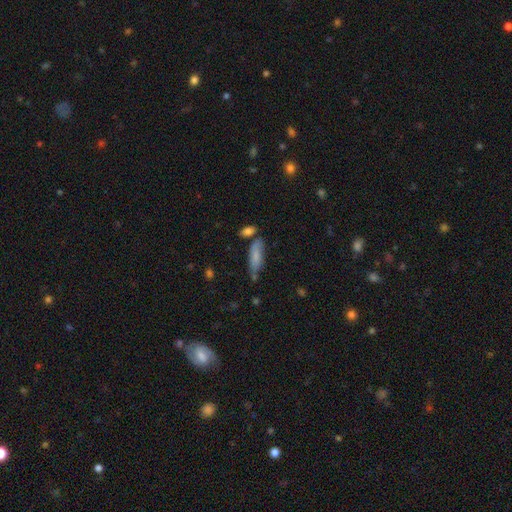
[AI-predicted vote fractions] Smooth or featured: smooth — 75% (featured or disk — 18%)
How rounded: in between — 54% (cigar-shaped — 43%)
Merging: none — 56% (minor disturbance — 25%)